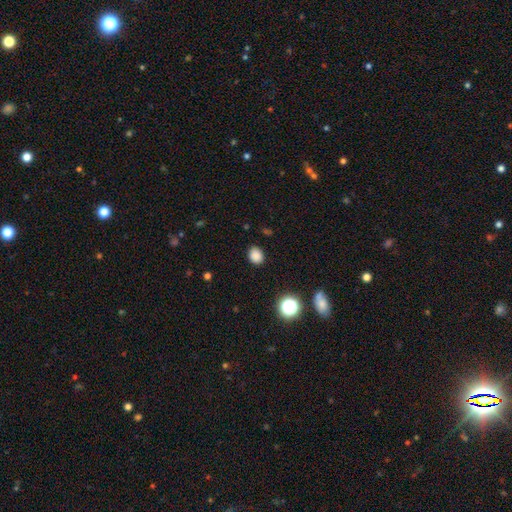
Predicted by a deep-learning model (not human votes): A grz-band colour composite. It shows a smooth galaxy with no disk features (84%) that is round (50%). Merging: none (86%).